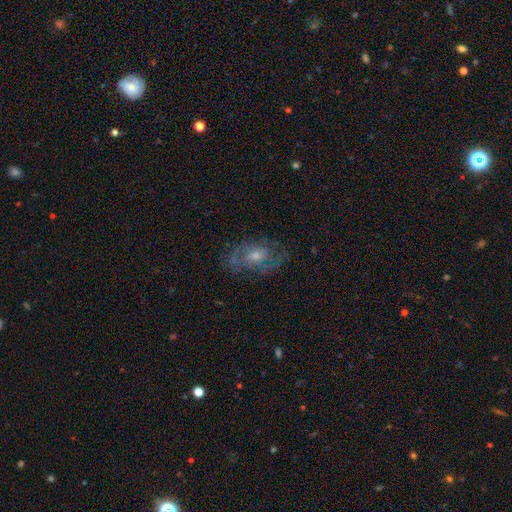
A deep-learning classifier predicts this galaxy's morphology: smooth-or-featured: featured or disk: 69% | smooth: 20% | star or artifact: 11%
  disk-edge-on: no: 94% | yes: 6%
    bar: no: 66% | weak: 29% | strong: 5%
    has-spiral-arms: yes: 80% | no: 20%
      spiral-winding: medium: 45% | tight: 39% | loose: 16%
      spiral-arm-count: 2: 55% | can't tell: 30% | 3: 6% | 1: 4% | 4: 3% | more than 4: 2%
    bulge-size: moderate: 51% | small: 41% | large: 5% | none: 3% | dominant: 1%
  merging: none: 73% | minor disturbance: 17% | major disturbance: 9% | merger: 1%